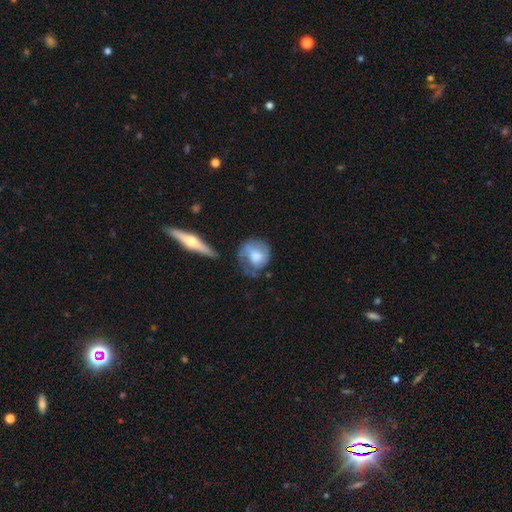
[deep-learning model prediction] The model was most divided on "merging": none: 43%, minor disturbance: 30%, major disturbance: 21%, merger: 6%. More confident: how rounded — round (66%); smooth or featured — smooth (54%).